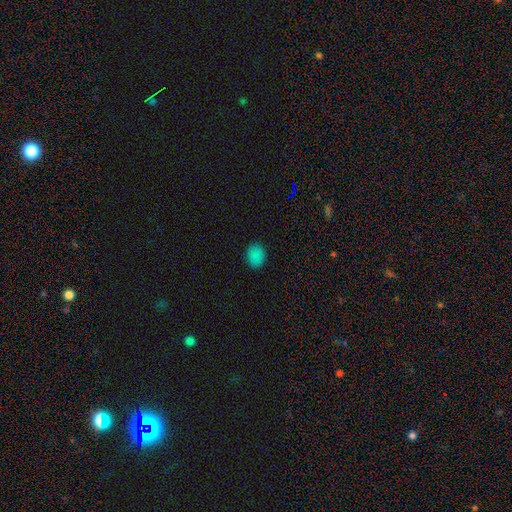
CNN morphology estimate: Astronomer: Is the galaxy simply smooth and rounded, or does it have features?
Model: smooth — 84%.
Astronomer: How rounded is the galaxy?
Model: round — 54% (runner-up: in between, 45%).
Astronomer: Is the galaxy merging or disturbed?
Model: none — 88%.